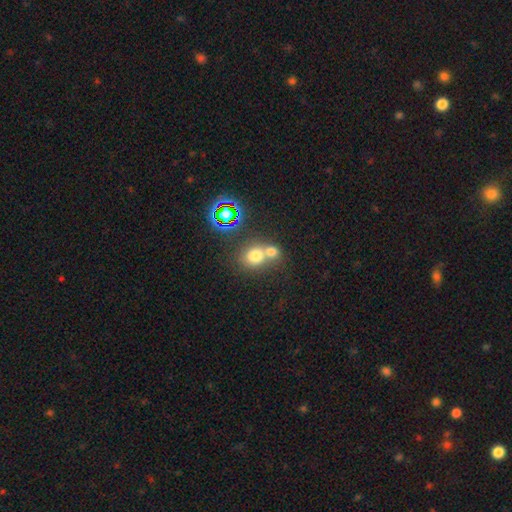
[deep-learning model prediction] Smooth or featured: smooth — 70% (star or artifact — 18%)
How rounded: round — 71% (in between — 28%)
Merging: merger — 56% (none — 34%)